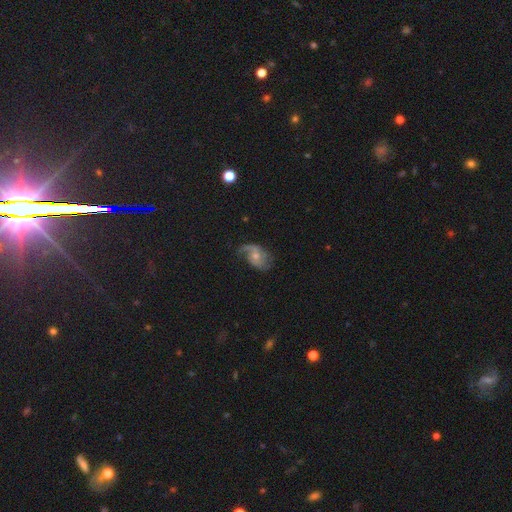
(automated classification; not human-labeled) smooth-or-featured: featured or disk: 76% | smooth: 17% | star or artifact: 7%
  disk-edge-on: no: 97% | yes: 3%
    bar: no: 65% | weak: 30% | strong: 5%
    has-spiral-arms: yes: 92% | no: 8%
      spiral-winding: loose: 48% | medium: 38% | tight: 14%
      spiral-arm-count: 2: 70% | 1: 16% | can't tell: 8% | 3: 3% | 4: 1% | more than 4: 1%
    bulge-size: moderate: 50% | small: 43% | large: 3% | none: 2% | dominant: 1%
  merging: none: 54% | minor disturbance: 25% | major disturbance: 19% | merger: 2%